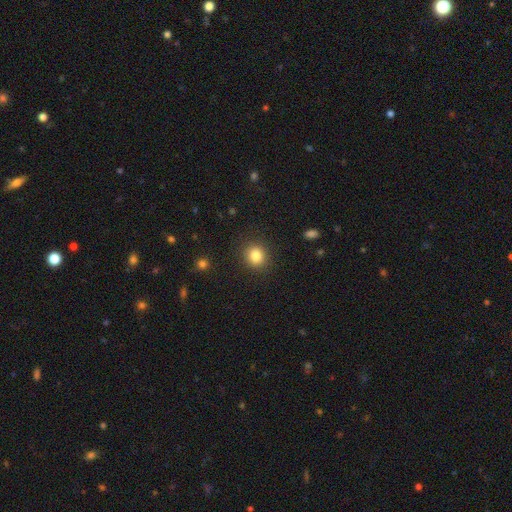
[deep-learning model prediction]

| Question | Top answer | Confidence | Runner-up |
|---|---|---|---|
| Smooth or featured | smooth | 84% | star or artifact (11%) |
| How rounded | round | 80% | in between (19%) |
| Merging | none | 89% | minor disturbance (7%) |